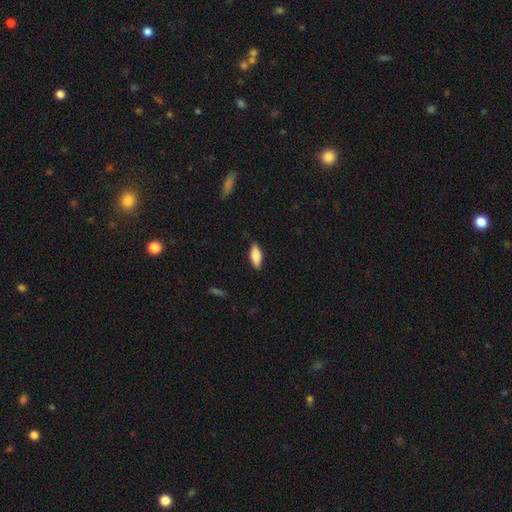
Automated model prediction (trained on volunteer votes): This is likely a smooth galaxy (77%). How rounded: likely in between (70%). Merging: clearly none (87%).